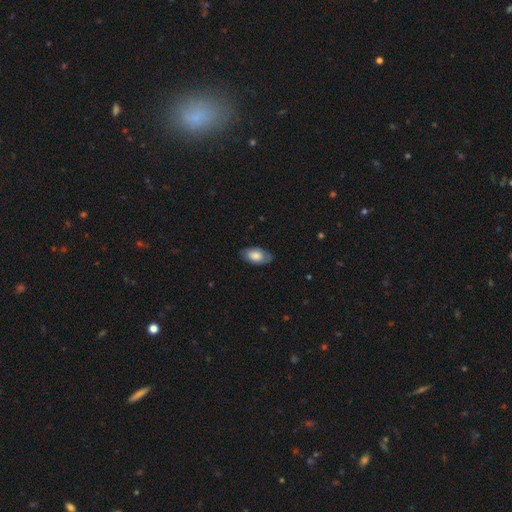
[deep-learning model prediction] Smooth or featured?
  - smooth: 73% *
  - featured or disk: 21%
  - star or artifact: 6%
How rounded?
  - in between: 94% *
  - round: 4%
  - cigar-shaped: 2%
Merging?
  - none: 77% *
  - minor disturbance: 18%
  - major disturbance: 4%
  - merger: 1%